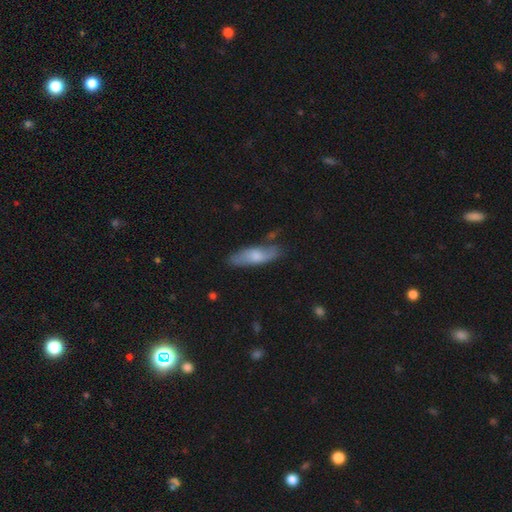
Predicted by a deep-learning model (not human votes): This appears to be a smooth galaxy with no disk features (63%) that is cigar-shaped (52%). Merging: none (73%).